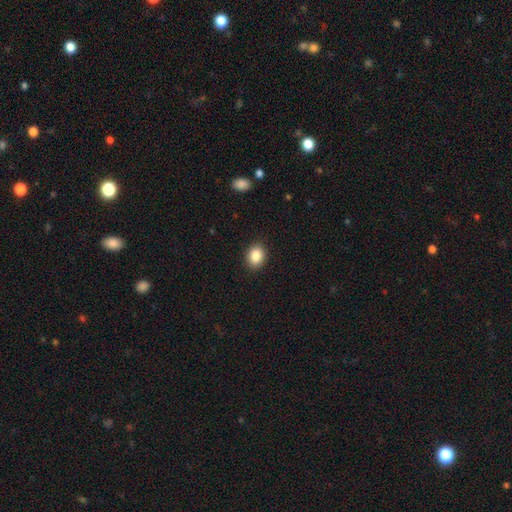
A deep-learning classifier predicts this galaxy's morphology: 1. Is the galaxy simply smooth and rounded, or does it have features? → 86% smooth, 9% star or artifact, 5% featured or disk.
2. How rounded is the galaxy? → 55% in between, 44% round, 1% cigar-shaped.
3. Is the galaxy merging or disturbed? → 90% none, 7% minor disturbance, 2% major disturbance, 1% merger.